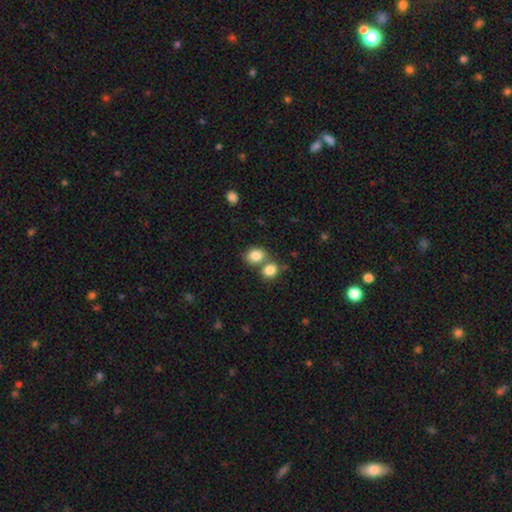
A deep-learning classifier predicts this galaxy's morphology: Smooth or featured? smooth (85%)
How rounded? round (53%)
Merging? none (47%)